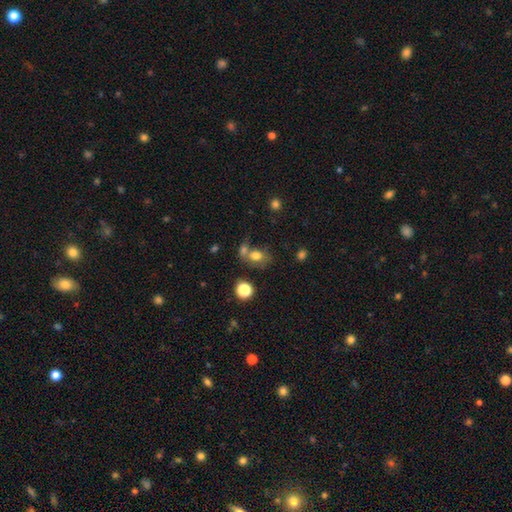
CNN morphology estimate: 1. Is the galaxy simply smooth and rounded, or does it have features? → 75% smooth, 13% featured or disk, 12% star or artifact.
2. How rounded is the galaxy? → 62% in between, 37% round, 1% cigar-shaped.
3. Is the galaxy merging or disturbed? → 43% merger, 37% none, 13% minor disturbance, 8% major disturbance.